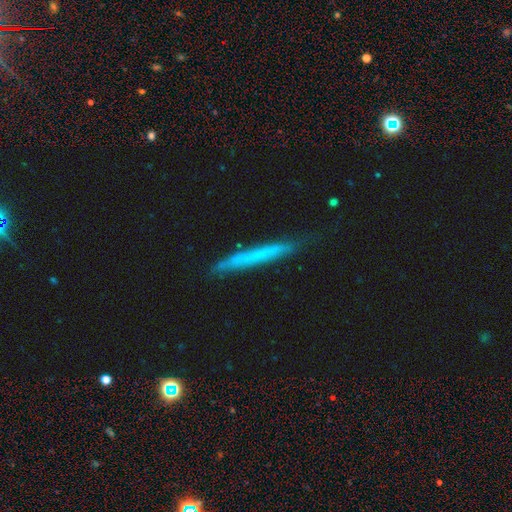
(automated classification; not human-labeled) Smooth or featured?
  - smooth: 54% *
  - featured or disk: 37%
  - star or artifact: 9%
How rounded?
  - cigar-shaped: 96% *
  - in between: 2%
  - round: 1%
Merging?
  - none: 82% *
  - minor disturbance: 14%
  - major disturbance: 3%
  - merger: 2%